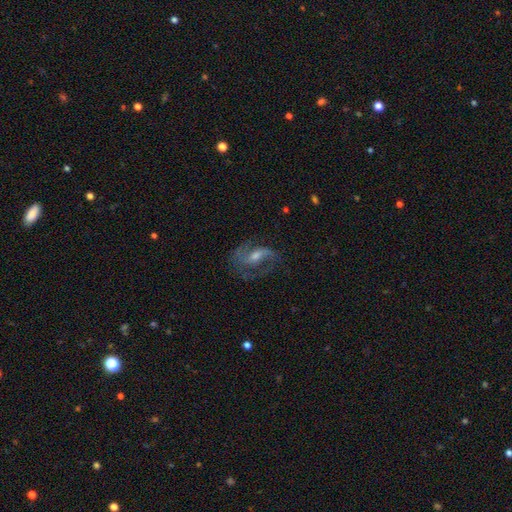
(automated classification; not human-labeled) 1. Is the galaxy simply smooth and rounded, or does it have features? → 82% featured or disk, 10% smooth, 8% star or artifact.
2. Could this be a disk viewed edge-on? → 96% no, 4% yes.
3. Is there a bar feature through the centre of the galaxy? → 48% weak, 29% no, 23% strong.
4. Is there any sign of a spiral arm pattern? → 94% yes, 6% no.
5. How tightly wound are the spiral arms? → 50% medium, 35% loose, 15% tight.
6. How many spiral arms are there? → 80% 2, 7% can't tell, 5% 1, 5% 3, 2% 4, 2% more than 4.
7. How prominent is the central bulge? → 51% moderate, 38% small, 6% large, 5% none, 1% dominant.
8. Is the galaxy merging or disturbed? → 67% none, 17% minor disturbance, 14% major disturbance, 2% merger.